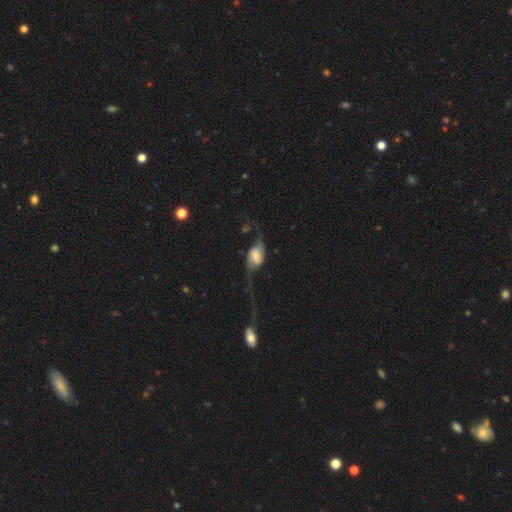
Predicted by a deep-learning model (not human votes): Smooth or featured? featured or disk (69%)
Edge-on disk? no (94%)
Bar? weak (41%)
Spiral arms? yes (91%)
Spiral winding? loose (84%)
Spiral arm count? 2 (91%)
Bulge size? large (29%)
Merging? major disturbance (42%)